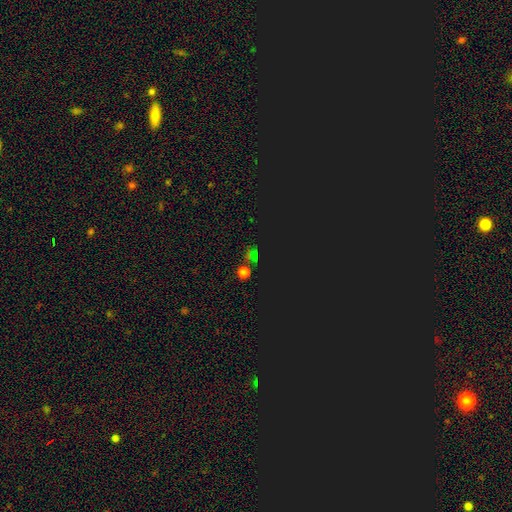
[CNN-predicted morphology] This is likely a star or artifact rather than a galaxy (68%).